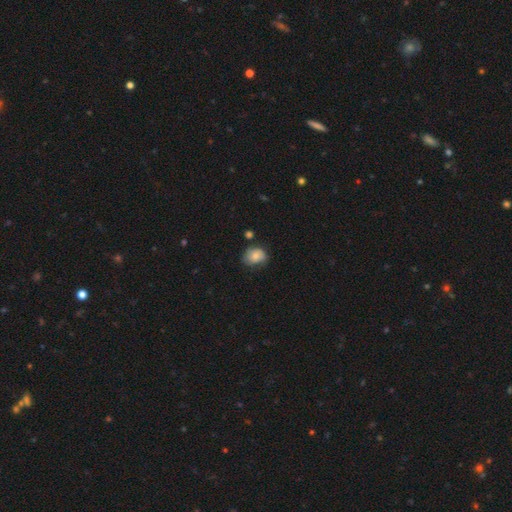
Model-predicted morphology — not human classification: Smooth or featured: smooth — 75% (featured or disk — 16%)
How rounded: in between — 54% (round — 46%)
Merging: none — 56% (minor disturbance — 33%)